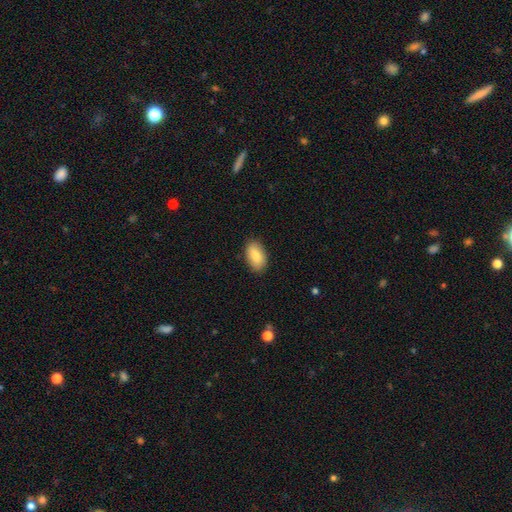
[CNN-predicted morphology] Q: Smooth or featured?
A: smooth (83%); runner-up: featured or disk (11%)
Q: How rounded?
A: in between (94%); runner-up: round (4%)
Q: Merging?
A: none (87%); runner-up: minor disturbance (10%)